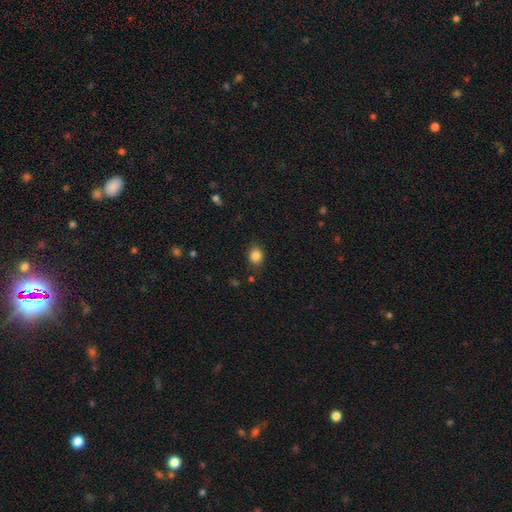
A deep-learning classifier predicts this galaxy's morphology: smooth-or-featured: smooth: 85% | star or artifact: 10% | featured or disk: 5%
  how-rounded: round: 55% | in between: 43% | cigar-shaped: 1%
  merging: none: 77% | minor disturbance: 17% | major disturbance: 4% | merger: 2%